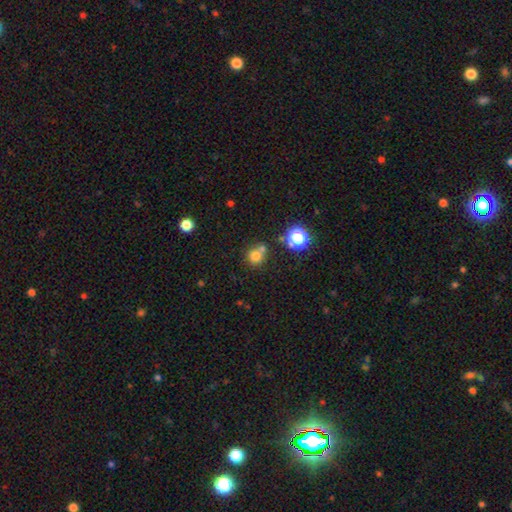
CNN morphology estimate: This appears to be a smooth galaxy with no disk features (73%) that is round (88%). Merging: none (56%).